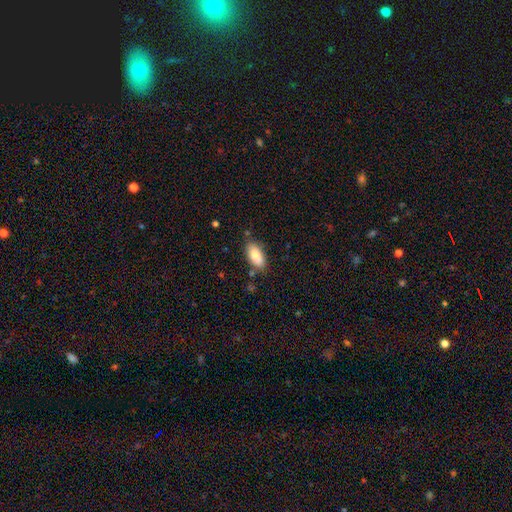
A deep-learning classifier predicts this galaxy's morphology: type=smooth (81%); roundness=in between (89%); merging=none (79%).